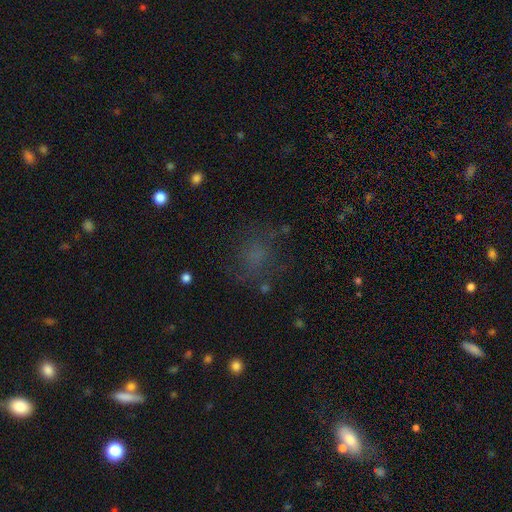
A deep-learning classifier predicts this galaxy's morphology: Smooth or featured? smooth (55%)
How rounded? round (64%)
Merging? none (62%)